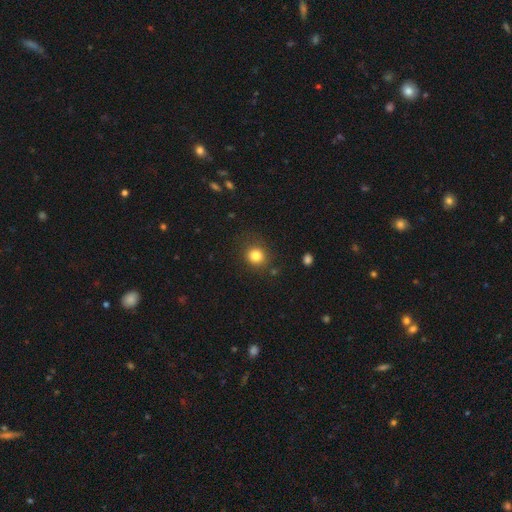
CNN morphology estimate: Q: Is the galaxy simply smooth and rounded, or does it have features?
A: smooth — 82%.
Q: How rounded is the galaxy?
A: round — 85%.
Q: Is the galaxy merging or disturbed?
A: none — 84%.